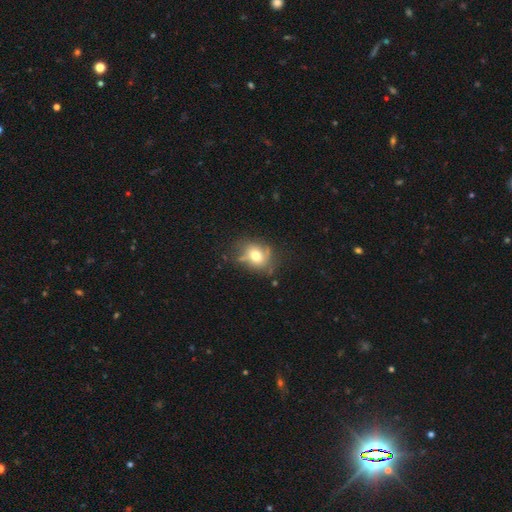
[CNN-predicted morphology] Smooth or featured: smooth — 64% (featured or disk — 24%)
How rounded: round — 55% (in between — 43%)
Merging: none — 58% (minor disturbance — 27%)